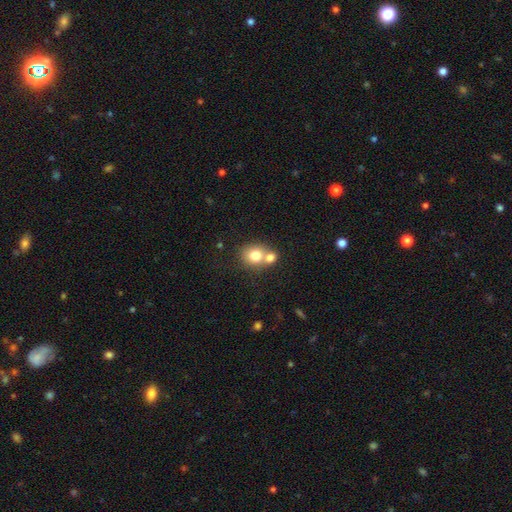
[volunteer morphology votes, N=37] Q: Smooth or featured?
A: smooth (84%); runner-up: featured or disk (11%)
Q: How rounded?
A: round (55%); runner-up: in between (45%)
Q: Merging?
A: merger (63%); runner-up: none (29%)